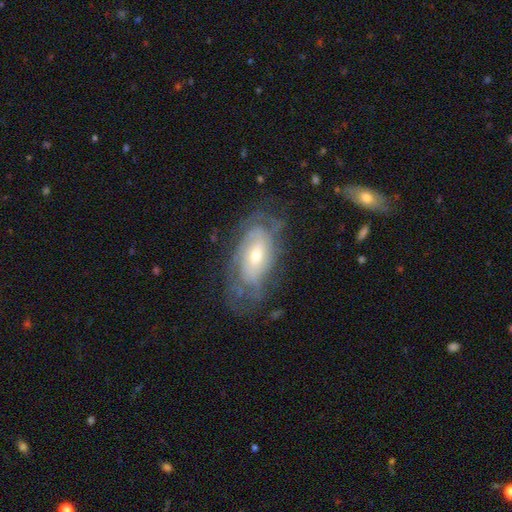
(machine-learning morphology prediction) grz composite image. It shows a featured or disk galaxy (73%) with no bar (61%), tight (63%) spiral arms (81%) and a moderate central bulge (52%). Merging: none (62%).